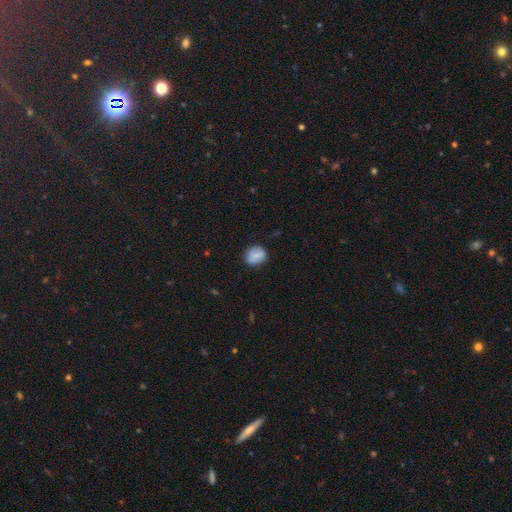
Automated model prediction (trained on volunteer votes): A smooth galaxy with no disk features (73%) that is round (57%). Merging: none (79%).